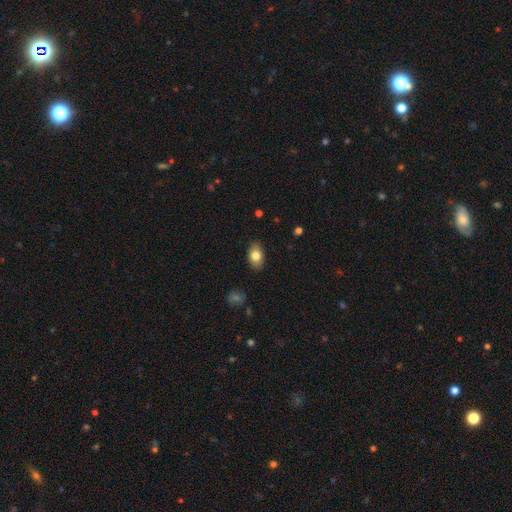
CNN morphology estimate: type=smooth (80%); roundness=in between (87%); merging=none (87%).